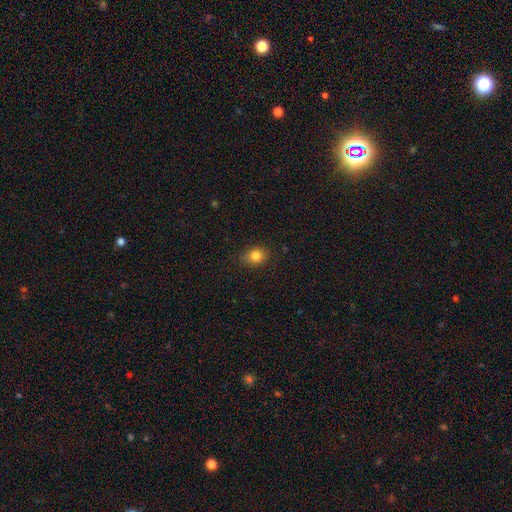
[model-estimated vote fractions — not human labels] This appears to be a smooth galaxy with no disk features (83%) that is in between round and cigar-shaped (52%). Merging: none (83%).